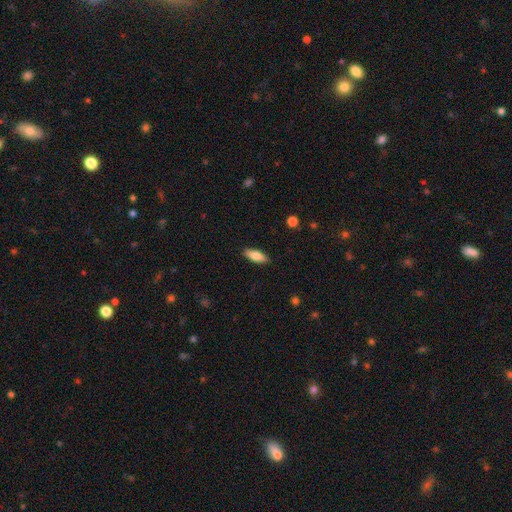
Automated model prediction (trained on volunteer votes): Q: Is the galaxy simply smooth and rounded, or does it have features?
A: smooth — 81%.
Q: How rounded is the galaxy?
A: in between — 71%.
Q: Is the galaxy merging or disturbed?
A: none — 89%.